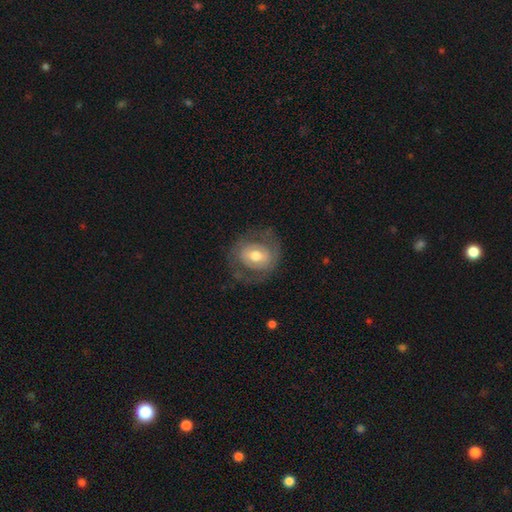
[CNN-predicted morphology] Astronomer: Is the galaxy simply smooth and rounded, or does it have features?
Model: featured or disk — 55% (runner-up: smooth, 38%).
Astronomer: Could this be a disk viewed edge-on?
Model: no — 95%.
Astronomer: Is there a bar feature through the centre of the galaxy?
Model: no — 50% (runner-up: weak, 35%).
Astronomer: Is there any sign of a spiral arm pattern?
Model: no — 58% (runner-up: yes, 42%).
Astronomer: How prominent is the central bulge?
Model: moderate — 73%.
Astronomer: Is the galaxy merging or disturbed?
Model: none — 68%.